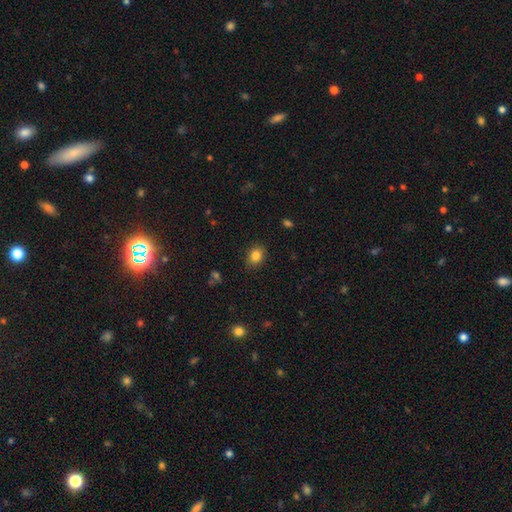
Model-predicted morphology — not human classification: This is clearly a smooth galaxy (84%). How rounded: possibly round (50%). Merging: clearly none (86%).